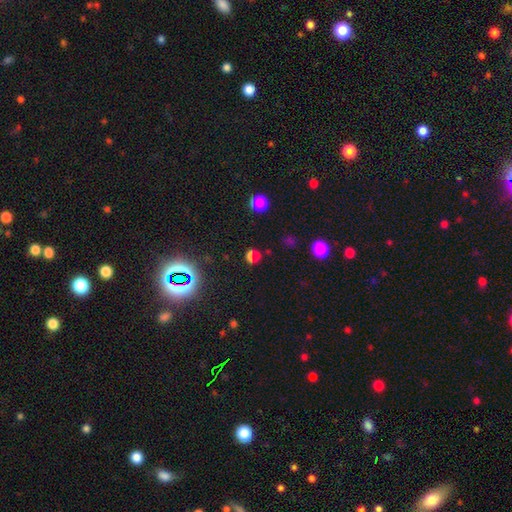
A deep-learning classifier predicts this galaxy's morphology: smooth-or-featured: smooth: 57% | star or artifact: 34% | featured or disk: 9%
  how-rounded: round: 66% | in between: 32% | cigar-shaped: 2%
  merging: none: 61% | merger: 20% | minor disturbance: 12% | major disturbance: 6%